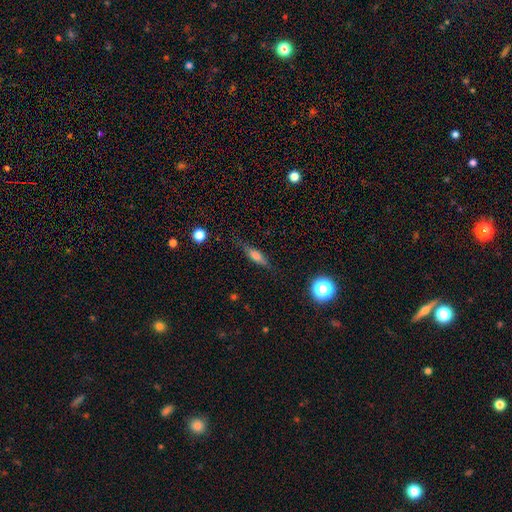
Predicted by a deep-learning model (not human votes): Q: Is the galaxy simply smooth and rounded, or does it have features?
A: smooth — 56%.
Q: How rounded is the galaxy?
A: cigar-shaped — 60%.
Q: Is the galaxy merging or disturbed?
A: none — 78%.